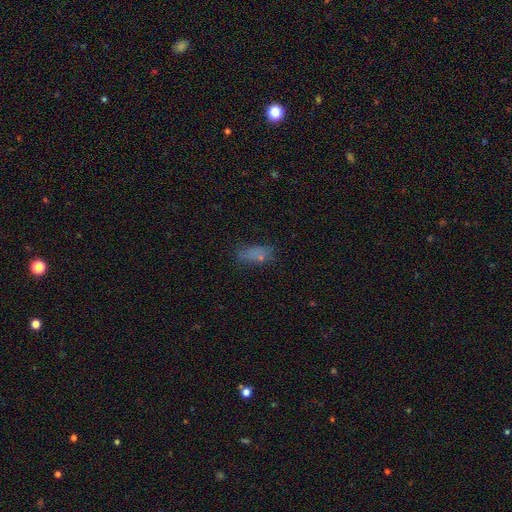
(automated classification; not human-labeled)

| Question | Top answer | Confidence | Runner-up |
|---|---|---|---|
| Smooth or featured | smooth | 63% | star or artifact (22%) |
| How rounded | in between | 74% | cigar-shaped (20%) |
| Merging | none | 66% | minor disturbance (21%) |